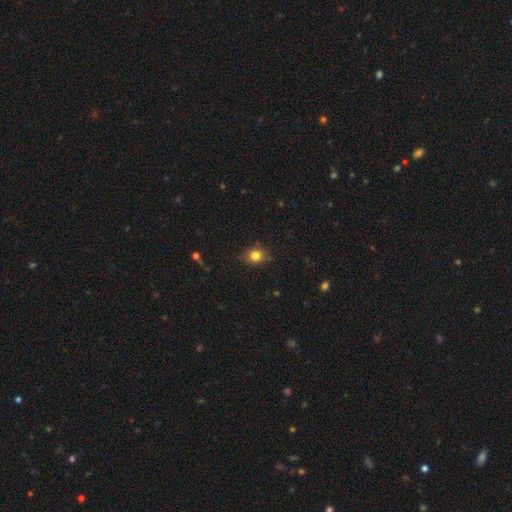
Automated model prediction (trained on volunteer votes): A smooth galaxy with no disk features (78%) that is round (68%). Merging: none (78%).